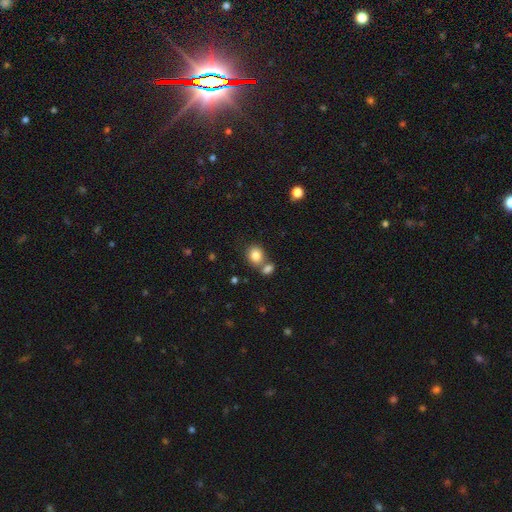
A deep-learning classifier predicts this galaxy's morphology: Overall: smooth (83%). How rounded: round (69%; in between 30%). Merging: none (54%; merger 34%).